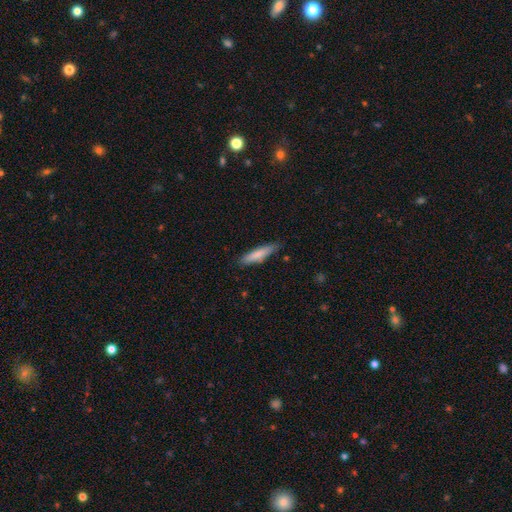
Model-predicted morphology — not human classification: smooth 76%, featured or disk 18%, star or artifact 6%. Down the decision tree: how rounded — cigar-shaped (86%); merging — none (86%).